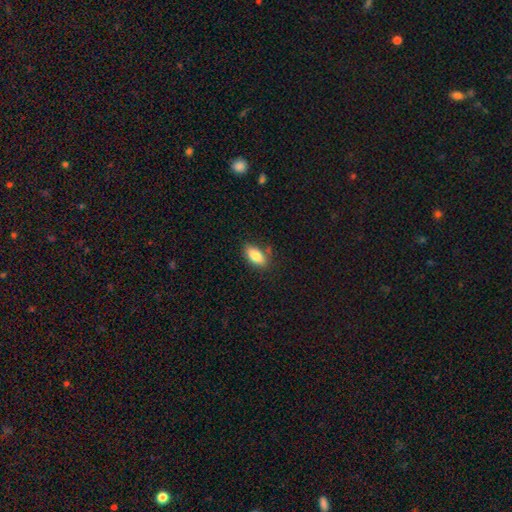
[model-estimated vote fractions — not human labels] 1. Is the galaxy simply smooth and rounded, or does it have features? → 82% smooth, 10% featured or disk, 8% star or artifact.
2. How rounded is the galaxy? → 87% in between, 10% cigar-shaped, 4% round.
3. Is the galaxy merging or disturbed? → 77% none, 15% minor disturbance, 4% merger, 3% major disturbance.